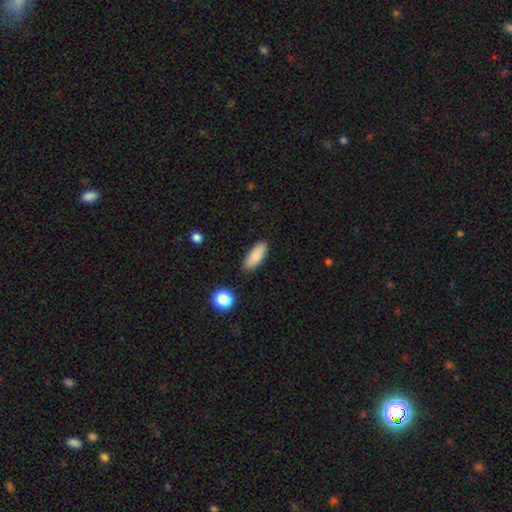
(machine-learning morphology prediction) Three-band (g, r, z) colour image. It shows a smooth galaxy with no disk features (87%) that is in between round and cigar-shaped (78%). Merging: none (87%).